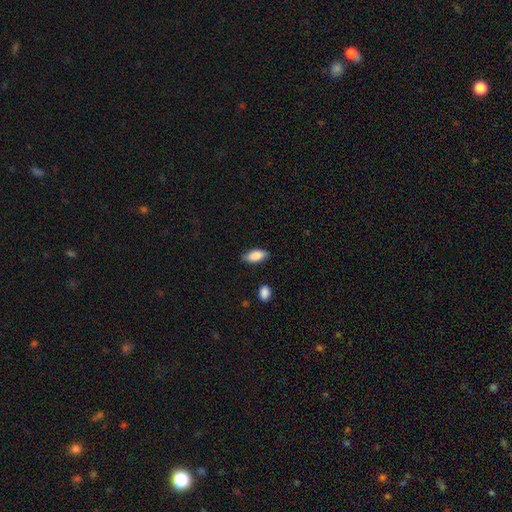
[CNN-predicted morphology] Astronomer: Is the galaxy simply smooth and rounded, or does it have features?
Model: smooth — 87%.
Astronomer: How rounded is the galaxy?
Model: in between — 88%.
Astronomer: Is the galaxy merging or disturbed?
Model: none — 82%.